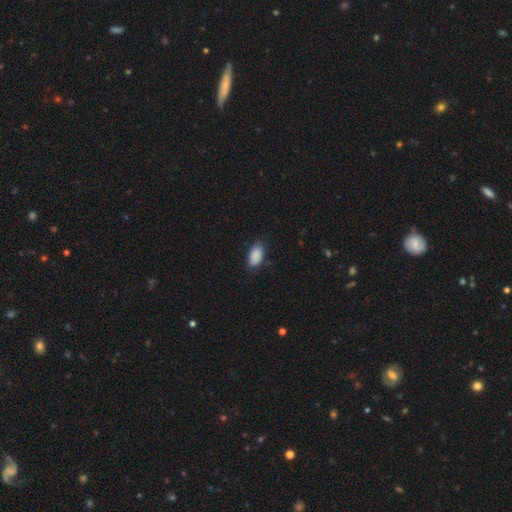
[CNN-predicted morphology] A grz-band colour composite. It shows a smooth galaxy with no disk features (89%) that is in between round and cigar-shaped (94%). Merging: none (80%).